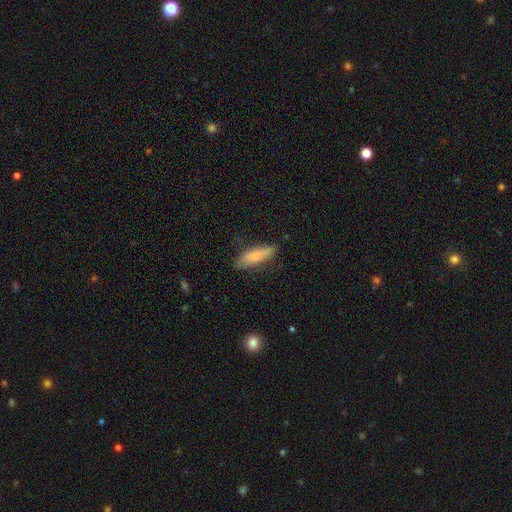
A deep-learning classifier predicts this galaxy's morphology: Overall: smooth (82%). How rounded: in between (50%; cigar-shaped 48%). Merging: none (71%).